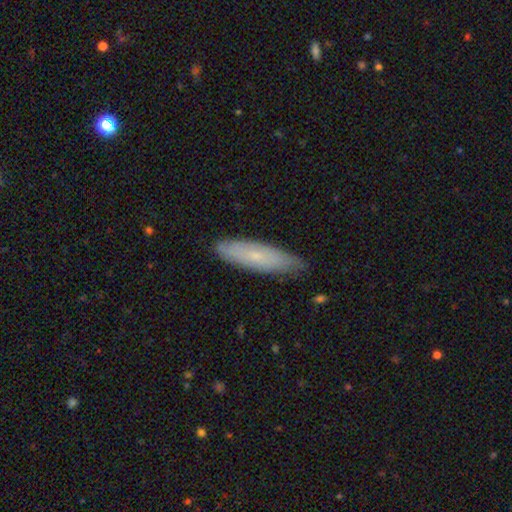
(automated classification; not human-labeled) Smooth or featured?
  - smooth: 59% *
  - featured or disk: 34%
  - star or artifact: 7%
How rounded?
  - cigar-shaped: 66% *
  - in between: 33%
  - round: 2%
Merging?
  - none: 80% *
  - minor disturbance: 17%
  - major disturbance: 2%
  - merger: 1%